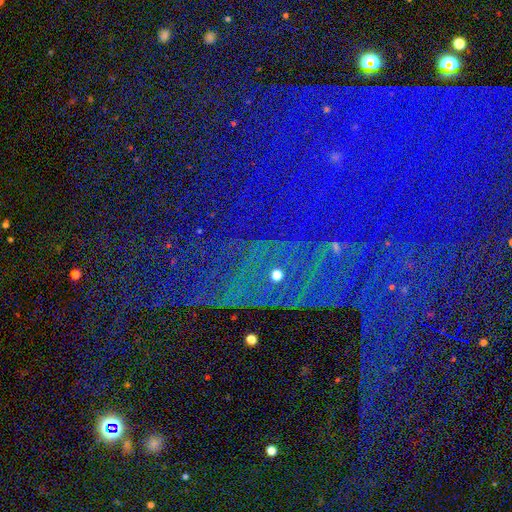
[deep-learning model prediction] This is likely a star or artifact rather than a galaxy (80%).